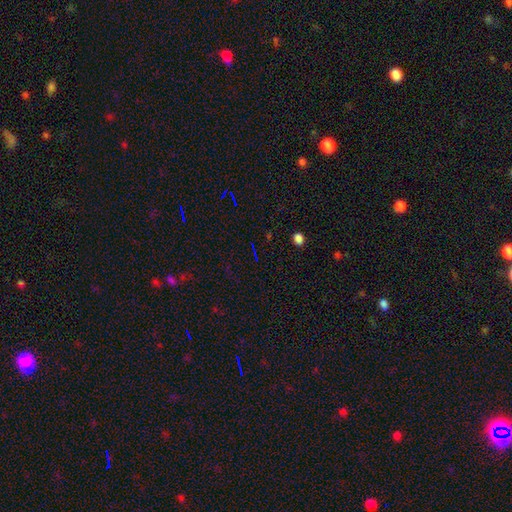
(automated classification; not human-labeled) Q: Smooth or featured?
A: star or artifact (68%); runner-up: smooth (21%)